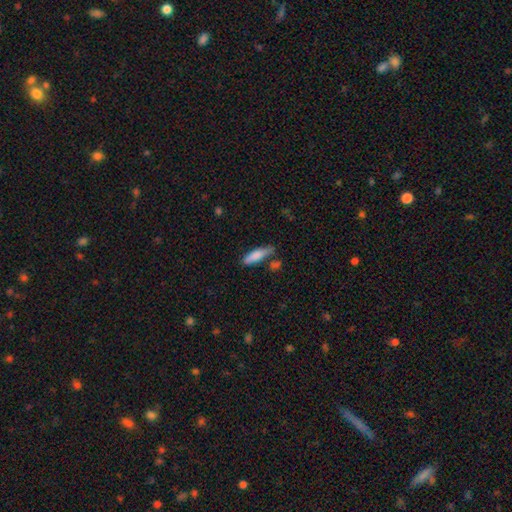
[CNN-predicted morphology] A smooth galaxy with no disk features (80%) that is cigar-shaped (65%).

Vote fractions:
- Smooth or featured? smooth: 80% / featured or disk: 13% / star or artifact: 7%
- How rounded? cigar-shaped: 65% / in between: 33% / round: 2%
- Merging? none: 65% / minor disturbance: 21% / merger: 9% / major disturbance: 5%